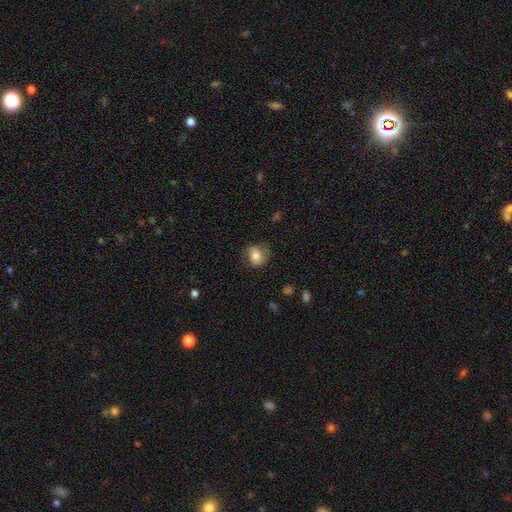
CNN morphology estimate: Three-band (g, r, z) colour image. It shows a smooth galaxy with no disk features (69%) that is round (56%). Merging: none (63%).